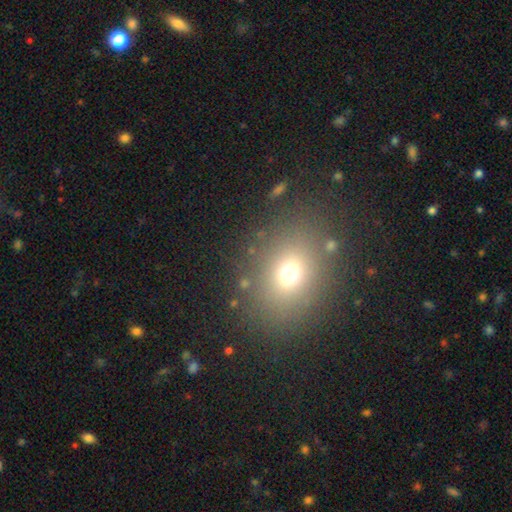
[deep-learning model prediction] This is likely a smooth galaxy (66%). How rounded: possibly in between (53%). Merging: clearly none (86%).